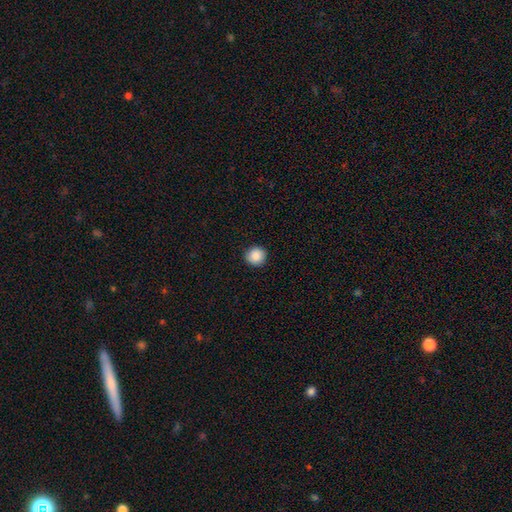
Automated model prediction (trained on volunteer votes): This appears to be a smooth galaxy with no disk features (89%) that is round (94%). Merging: none (92%).